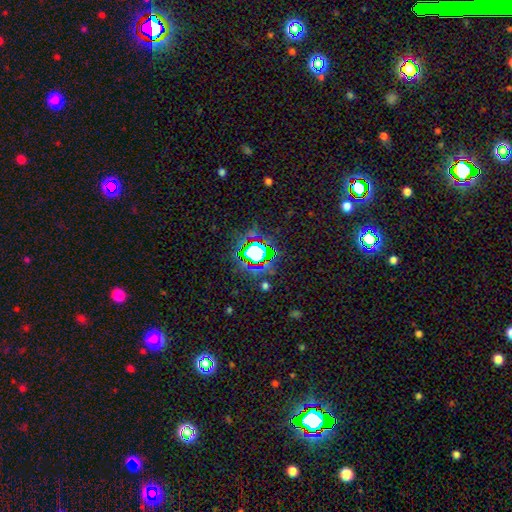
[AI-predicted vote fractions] This is likely a star or artifact rather than a galaxy (66%).